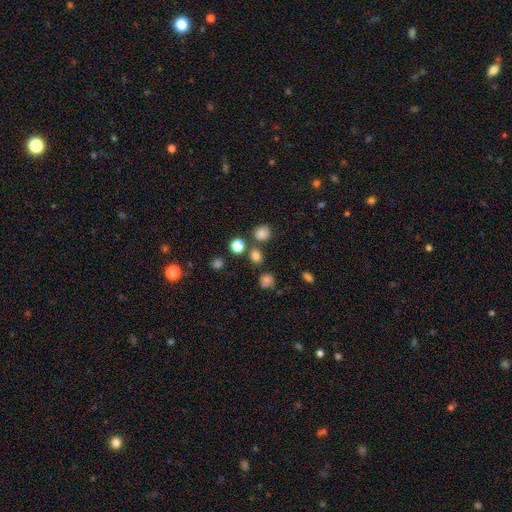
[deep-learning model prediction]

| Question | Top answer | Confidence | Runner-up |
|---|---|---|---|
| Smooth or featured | smooth | 76% | star or artifact (18%) |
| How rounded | round | 75% | in between (24%) |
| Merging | none | 74% | merger (14%) |